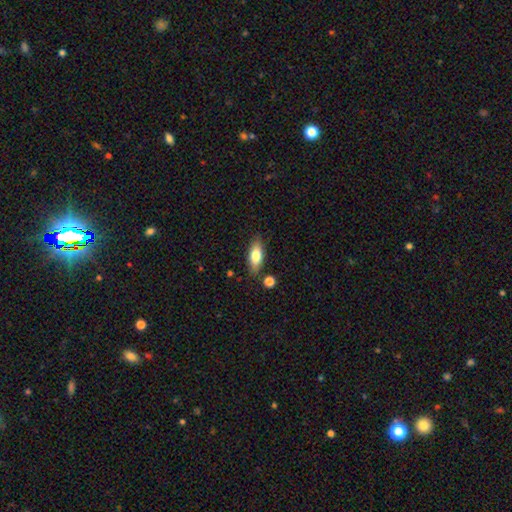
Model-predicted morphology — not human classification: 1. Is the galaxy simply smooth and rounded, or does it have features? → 75% smooth, 18% featured or disk, 7% star or artifact.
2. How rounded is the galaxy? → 77% in between, 20% cigar-shaped, 3% round.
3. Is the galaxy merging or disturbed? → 81% none, 12% minor disturbance, 4% merger, 3% major disturbance.